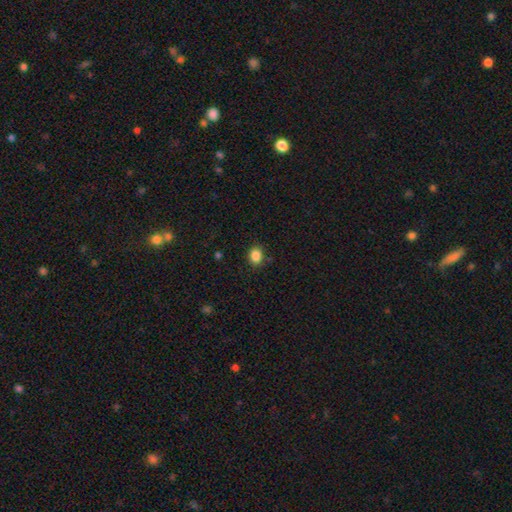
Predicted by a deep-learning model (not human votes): Smooth or featured? smooth (86%)
How rounded? in between (55%)
Merging? none (85%)